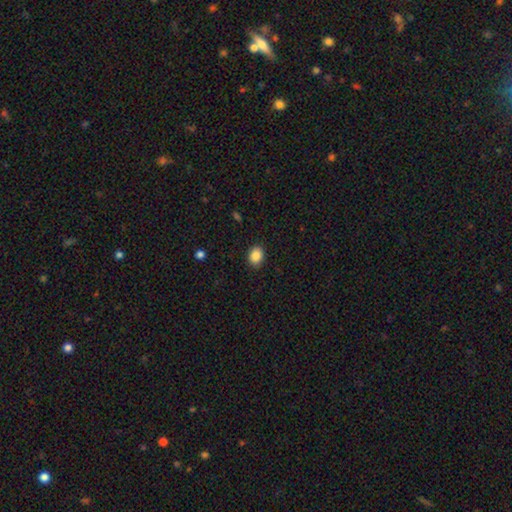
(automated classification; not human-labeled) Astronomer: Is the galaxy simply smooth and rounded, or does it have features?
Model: smooth — 87%.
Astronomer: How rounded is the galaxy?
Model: in between — 61% (runner-up: round, 39%).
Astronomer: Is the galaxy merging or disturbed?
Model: none — 89%.